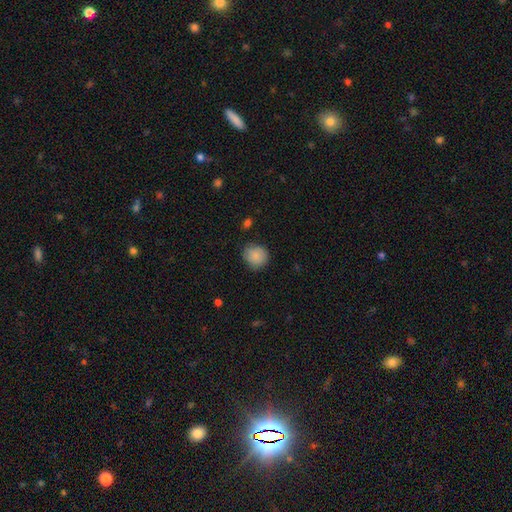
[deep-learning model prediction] smooth 87%, star or artifact 8%, featured or disk 5%. Down the decision tree: how rounded — round (84%); merging — none (80%).